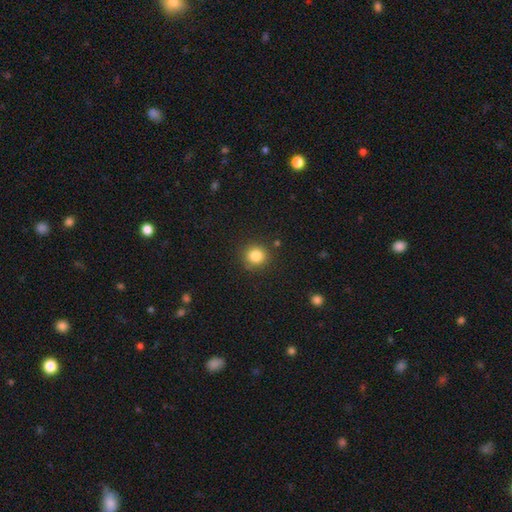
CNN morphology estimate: smooth 83%, star or artifact 11%, featured or disk 5%. Down the decision tree: how rounded — round (90%); merging — none (87%).